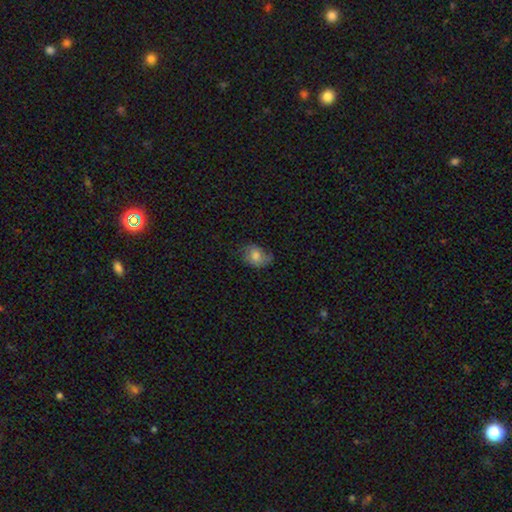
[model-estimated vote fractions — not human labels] The model was most divided on "how rounded": in between: 60%, round: 39%, cigar-shaped: 1%. More confident: smooth or featured — smooth (71%); merging — none (54%).